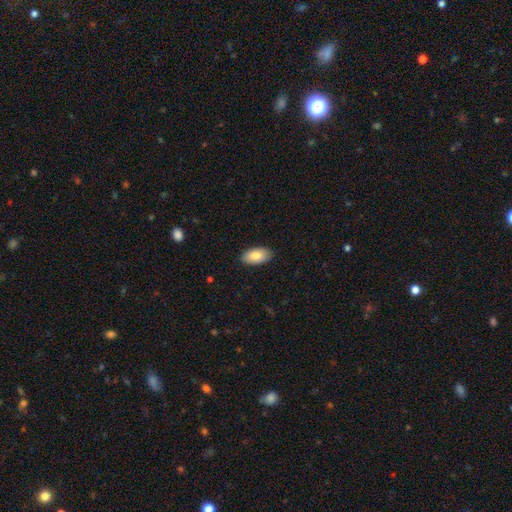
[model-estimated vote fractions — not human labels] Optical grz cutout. It shows a smooth galaxy with no disk features (83%) that is in between round and cigar-shaped (95%). Merging: none (88%).